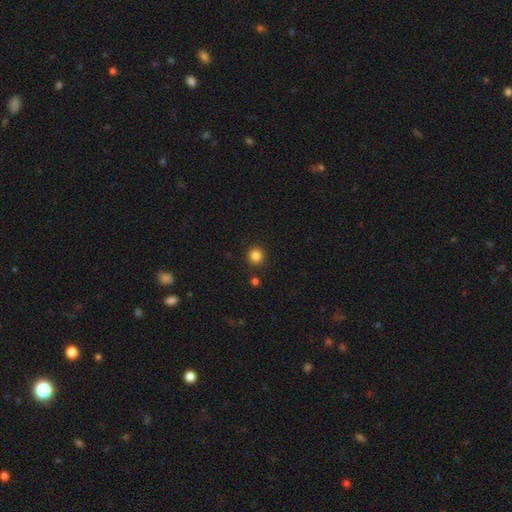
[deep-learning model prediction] This appears to be a smooth galaxy with no disk features (84%) that is round (94%). Merging: none (91%).